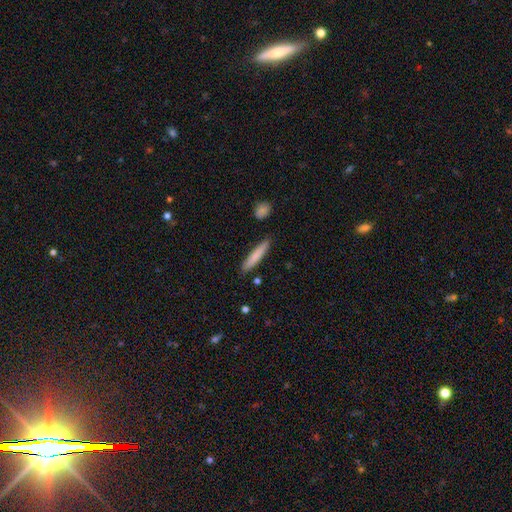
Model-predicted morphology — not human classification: This appears to be a smooth galaxy with no disk features (78%) that is cigar-shaped (90%). Merging: none (86%).